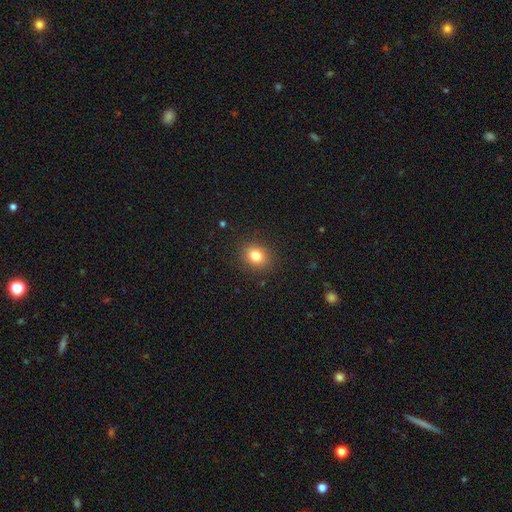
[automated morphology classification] Overall: smooth (82%). How rounded: round (54%; in between 45%). Merging: none (88%).